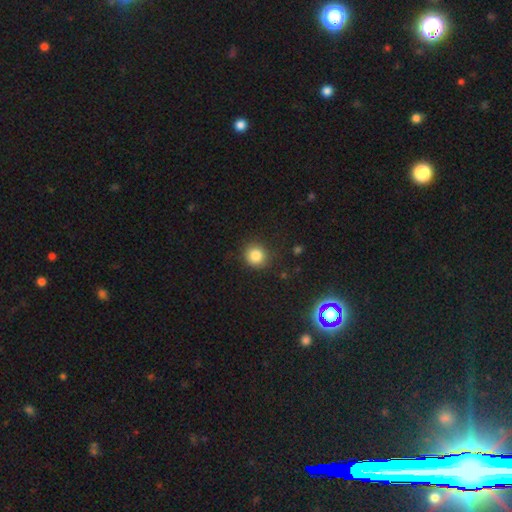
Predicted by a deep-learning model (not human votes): The model was most divided on "smooth or featured": smooth: 84%, star or artifact: 11%, featured or disk: 5%. More confident: how rounded — round (89%); merging — none (85%).